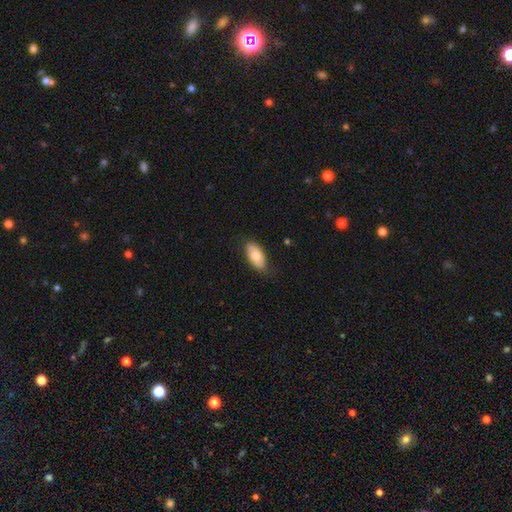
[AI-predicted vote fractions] Smooth or featured: smooth — 71% (featured or disk — 23%)
How rounded: in between — 92% (cigar-shaped — 5%)
Merging: none — 79% (minor disturbance — 16%)